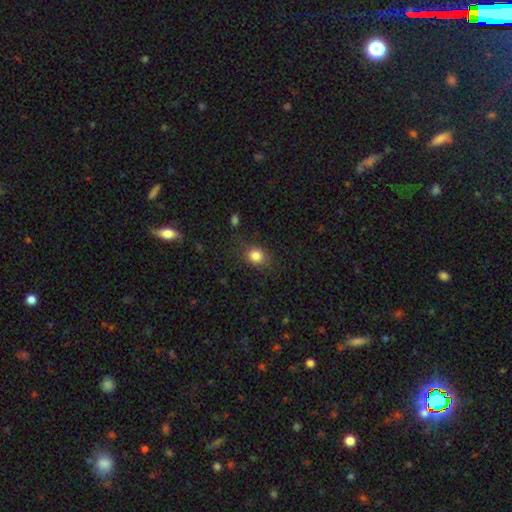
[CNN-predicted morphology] The model was most divided on "how rounded": round: 66%, in between: 33%, cigar-shaped: 1%. More confident: smooth or featured — smooth (84%); merging — none (77%).